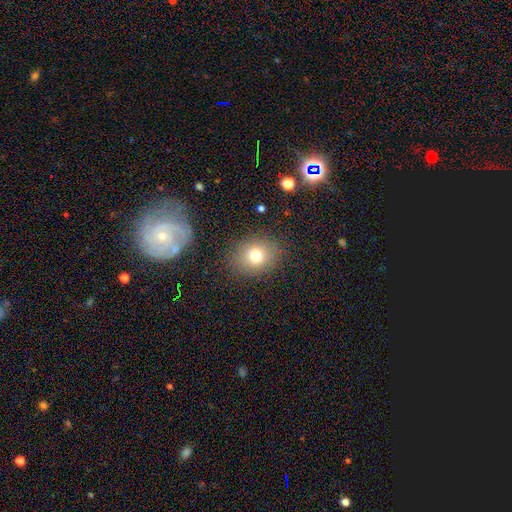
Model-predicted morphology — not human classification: The model was most divided on "how rounded": round: 62%, in between: 37%, cigar-shaped: 1%. More confident: merging — none (86%); smooth or featured — smooth (74%).